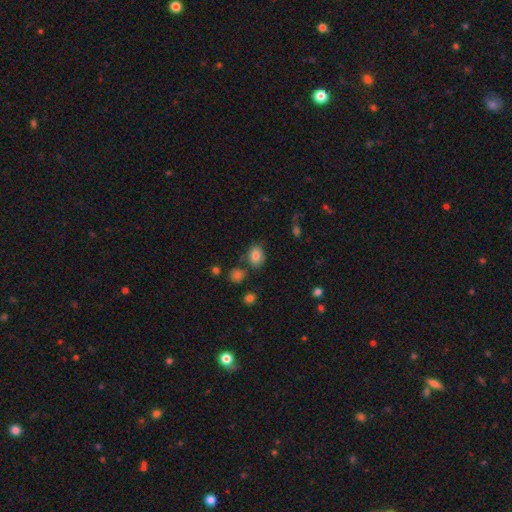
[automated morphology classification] smooth_or_featured: smooth (p=0.81) [alt: star or artifact p=0.10]
how_rounded: in between (p=0.68) [alt: round p=0.31]
merging: none (p=0.75) [alt: minor disturbance p=0.14]